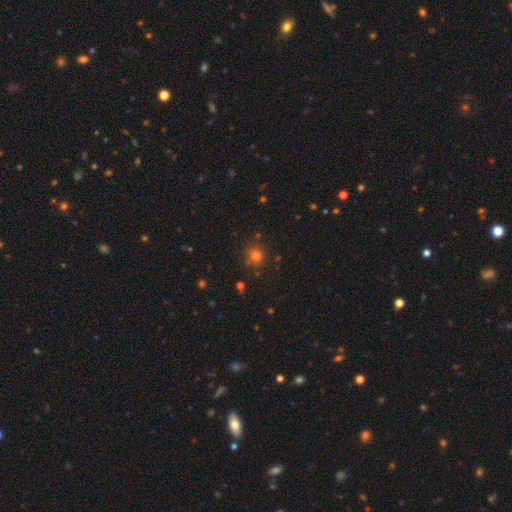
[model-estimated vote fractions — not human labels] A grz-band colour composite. It shows a smooth galaxy with no disk features (76%) that is round (87%). Merging: none (81%).